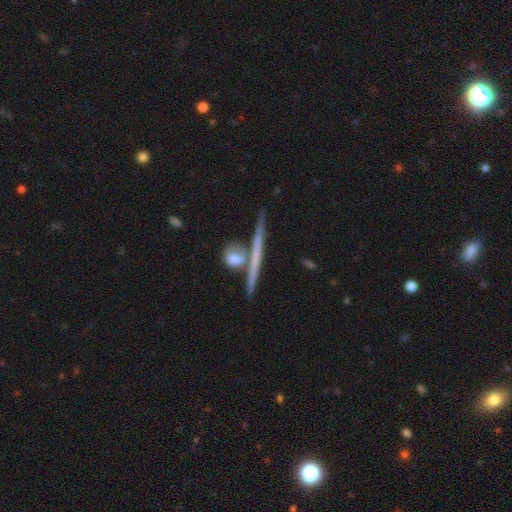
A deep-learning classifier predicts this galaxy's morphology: A featured or disk galaxy (57%) viewed edge-on (94%) with no central bulge (81%). Merging: none (73%).